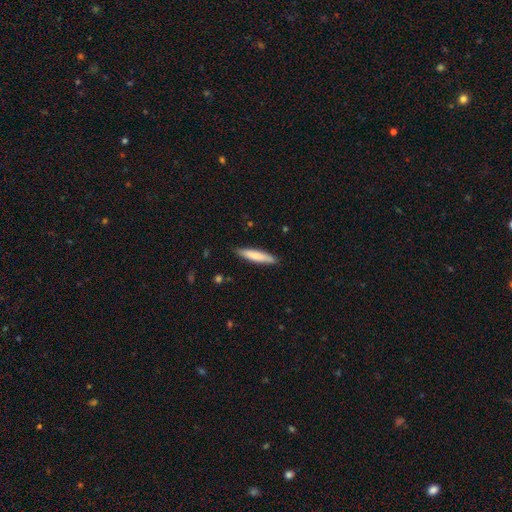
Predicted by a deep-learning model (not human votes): Morphology: type=smooth (77%); roundness=cigar-shaped (86%); merging=none (88%).